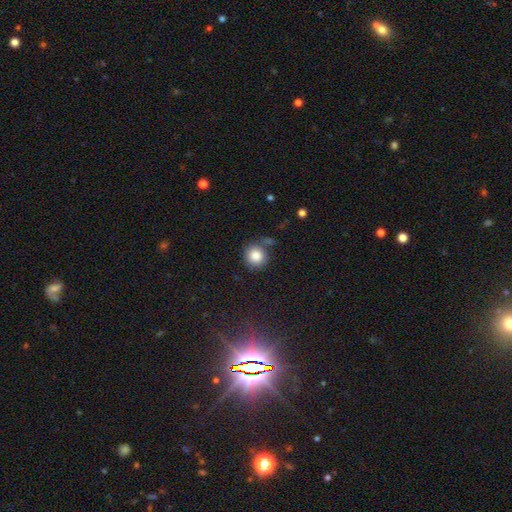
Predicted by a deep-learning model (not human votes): smooth 85%, star or artifact 9%, featured or disk 6%. Down the decision tree: how rounded — round (92%); merging — none (72%).